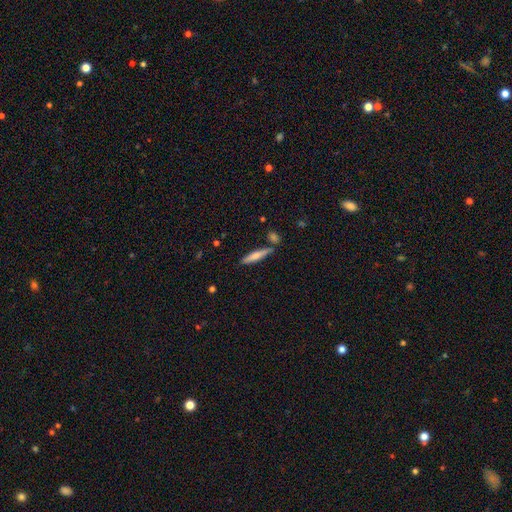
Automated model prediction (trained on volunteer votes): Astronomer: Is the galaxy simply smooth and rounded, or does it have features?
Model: smooth — 60%.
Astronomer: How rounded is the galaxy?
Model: cigar-shaped — 89%.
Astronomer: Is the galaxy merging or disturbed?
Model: none — 80%.